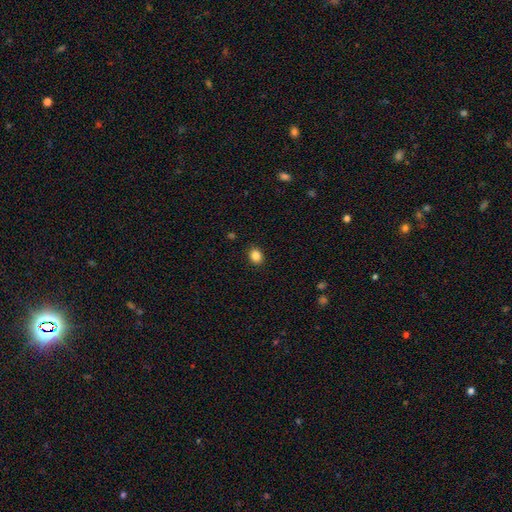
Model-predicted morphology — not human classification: A smooth galaxy with no disk features (86%) that is in between round and cigar-shaped (51%). Merging: none (90%).